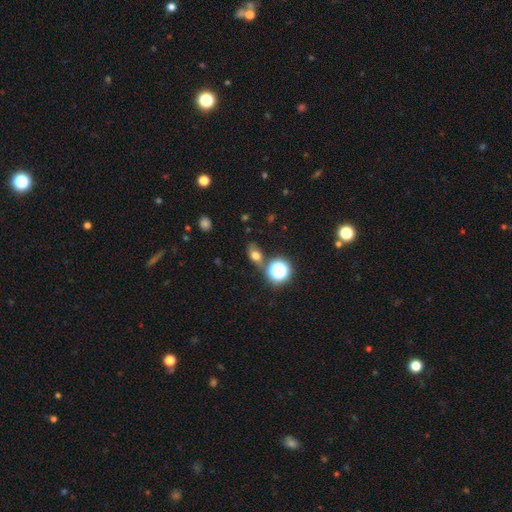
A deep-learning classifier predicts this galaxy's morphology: Smooth or featured? Predicted: smooth (p=0.62). How rounded? Predicted: in between (p=0.62). Merging? Predicted: none (p=0.62).